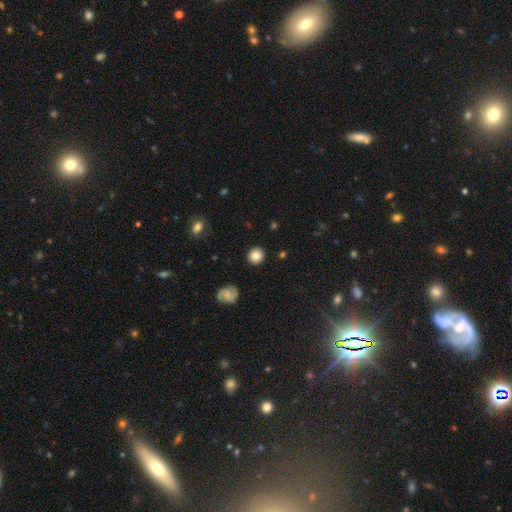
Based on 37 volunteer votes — smooth-or-featured: smooth: 86% | featured or disk: 8% | star or artifact: 5%
  how-rounded: round: 94% | in between: 6% | cigar-shaped: 0%
  merging: none: 94% | minor disturbance: 3% | merger: 3% | major disturbance: 0%